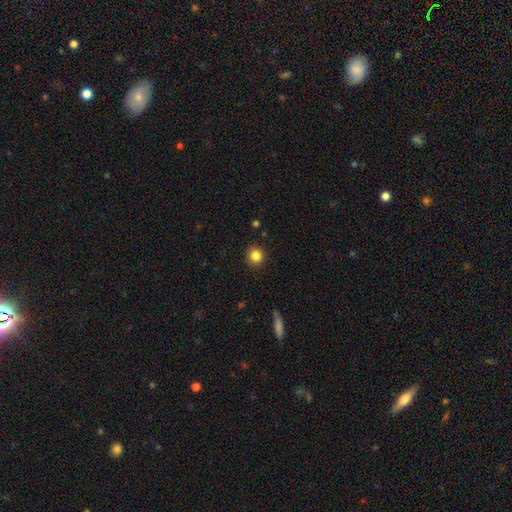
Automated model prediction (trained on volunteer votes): smooth 84%, star or artifact 11%, featured or disk 5%. Down the decision tree: how rounded — round (90%); merging — none (91%).